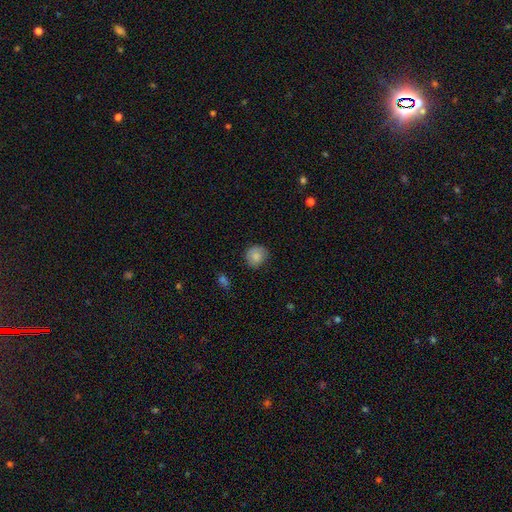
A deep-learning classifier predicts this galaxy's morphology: The model was most divided on "merging": none: 78%, minor disturbance: 17%, major disturbance: 3%, merger: 1%. More confident: how rounded — round (86%); smooth or featured — smooth (84%).